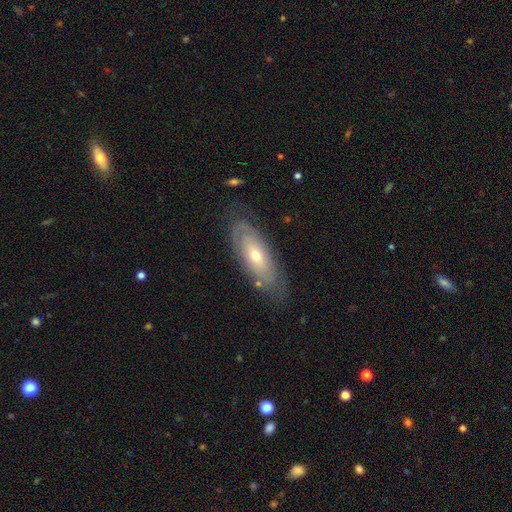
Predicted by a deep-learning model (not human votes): A featured or disk galaxy (50%). Merging: none (73%).